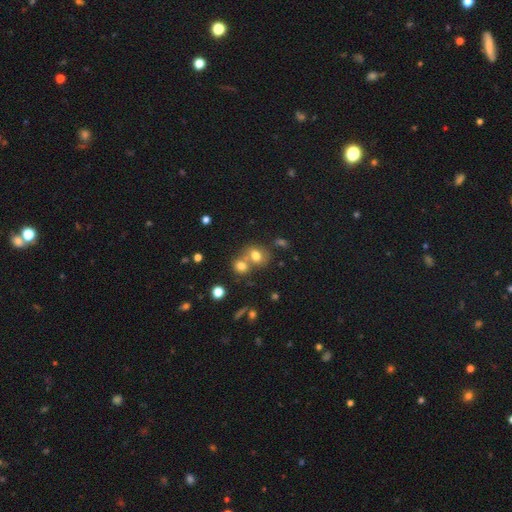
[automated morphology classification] The model was most divided on "how rounded": round: 52%, in between: 47%, cigar-shaped: 1%. Remaining: smooth or featured — smooth (72%); merging — merger (48%).